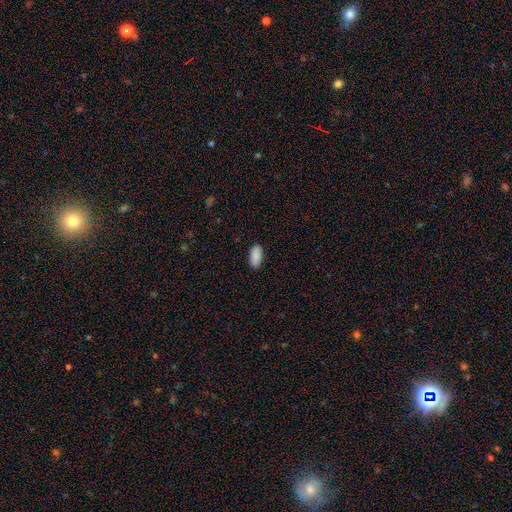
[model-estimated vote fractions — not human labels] A smooth galaxy with no disk features (90%) that is in between round and cigar-shaped (93%). Merging: none (88%).